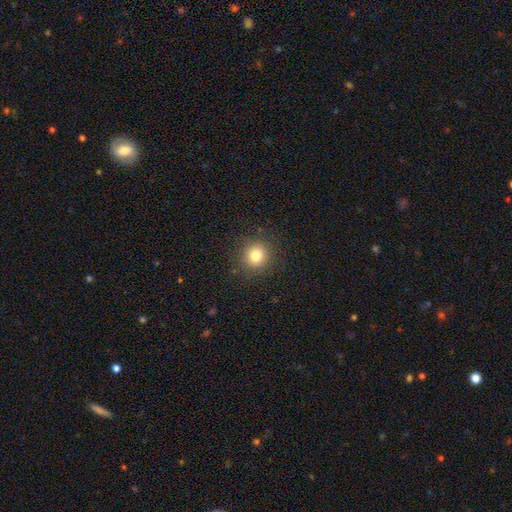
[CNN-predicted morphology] Smooth or featured? Predicted: smooth (p=0.79). How rounded? Predicted: round (p=0.90). Merging? Predicted: none (p=0.89).